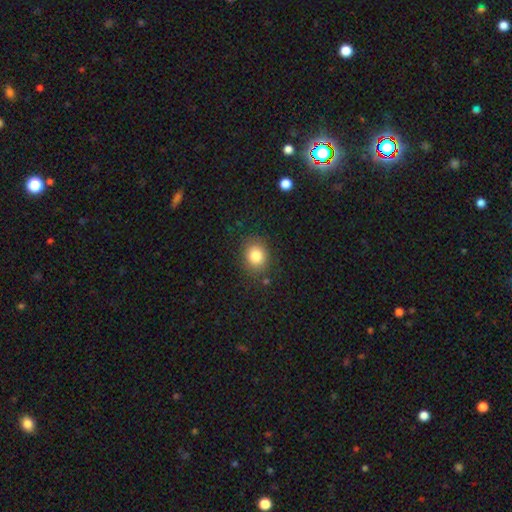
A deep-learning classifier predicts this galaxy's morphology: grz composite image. It shows a smooth galaxy with no disk features (83%) that is round (61%). Merging: none (84%).